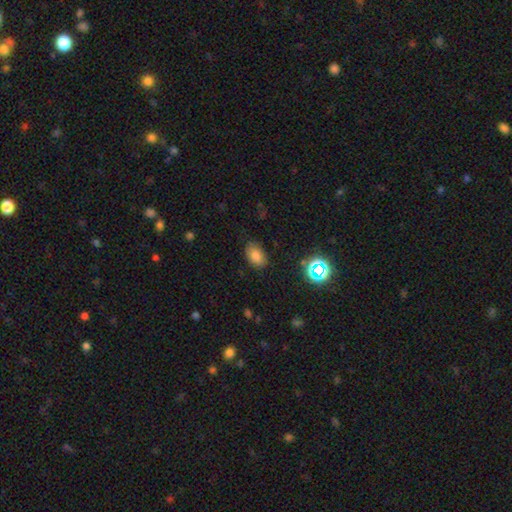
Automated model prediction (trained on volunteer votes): Smooth or featured? Predicted: smooth (p=0.78). How rounded? Predicted: in between (p=0.83). Merging? Predicted: none (p=0.82).